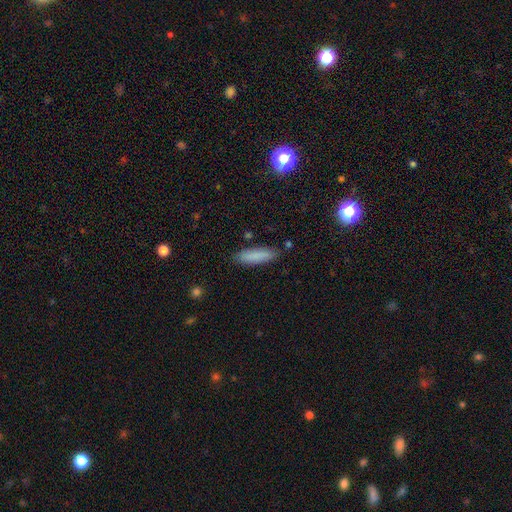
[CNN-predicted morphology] Smooth or featured? Predicted: smooth (p=0.85). How rounded? Predicted: cigar-shaped (p=0.65). Merging? Predicted: none (p=0.85).